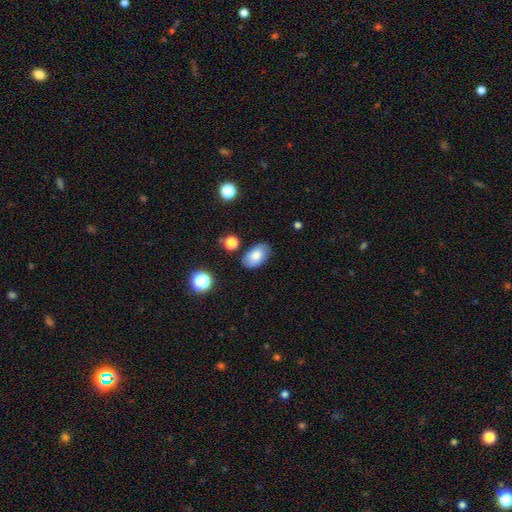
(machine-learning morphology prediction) Smooth or featured: smooth — 76% (featured or disk — 15%)
How rounded: in between — 91% (round — 8%)
Merging: none — 80% (minor disturbance — 14%)